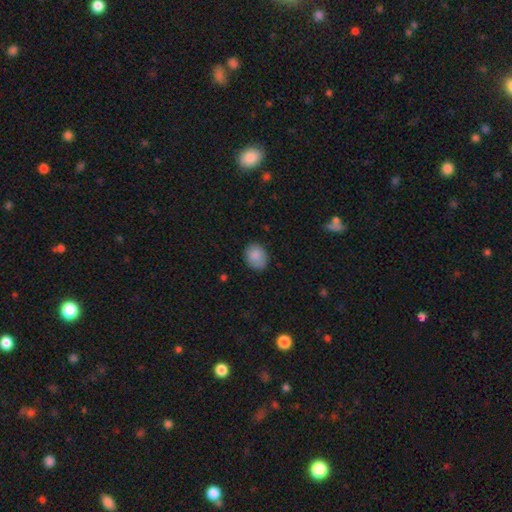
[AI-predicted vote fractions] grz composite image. It shows a smooth galaxy with no disk features (86%) that is in between round and cigar-shaped (50%). Merging: none (78%).